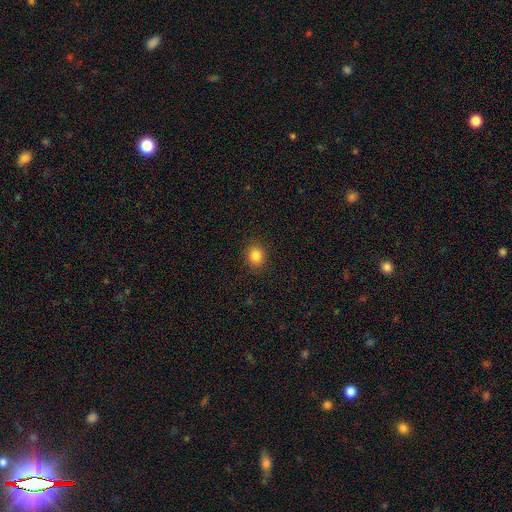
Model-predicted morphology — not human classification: A smooth galaxy with no disk features (84%) that is round (69%).

Vote fractions:
- Smooth or featured? smooth: 84% / star or artifact: 11% / featured or disk: 5%
- How rounded? round: 69% / in between: 30% / cigar-shaped: 1%
- Merging? none: 89% / minor disturbance: 8% / major disturbance: 2% / merger: 1%